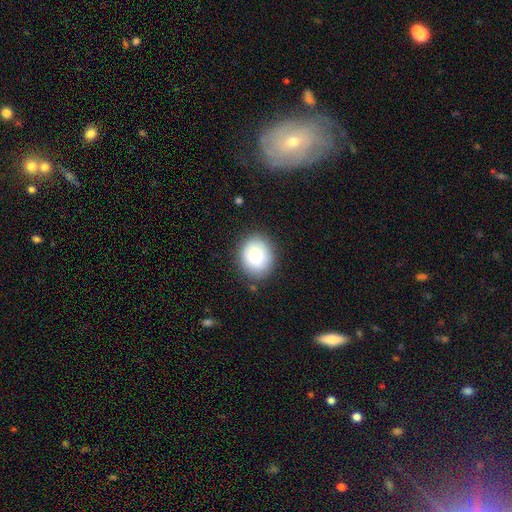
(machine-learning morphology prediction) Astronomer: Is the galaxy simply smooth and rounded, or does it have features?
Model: smooth — 84%.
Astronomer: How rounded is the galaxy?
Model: round — 59% (runner-up: in between, 40%).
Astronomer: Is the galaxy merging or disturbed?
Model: none — 83%.